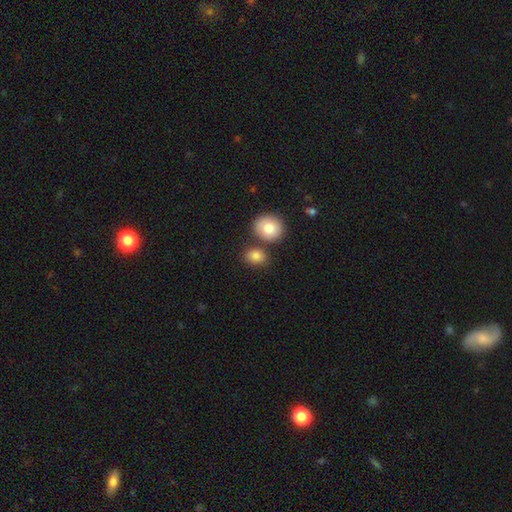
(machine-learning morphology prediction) Smooth or featured: smooth — 83% (star or artifact — 9%)
How rounded: in between — 53% (round — 45%)
Merging: none — 68% (merger — 17%)